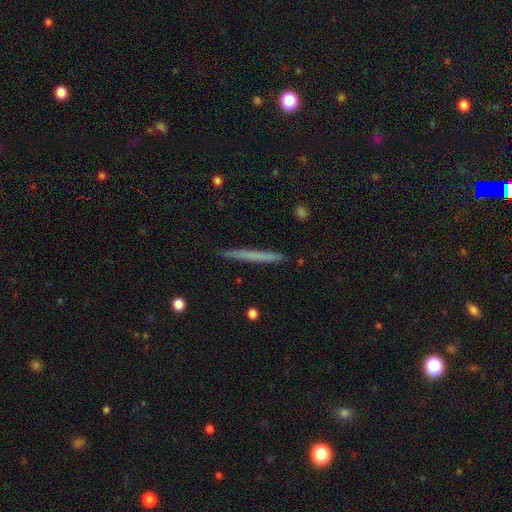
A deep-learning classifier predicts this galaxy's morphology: smooth 57%, featured or disk 36%, star or artifact 6%. Down the decision tree: how rounded — cigar-shaped (97%); merging — none (91%).